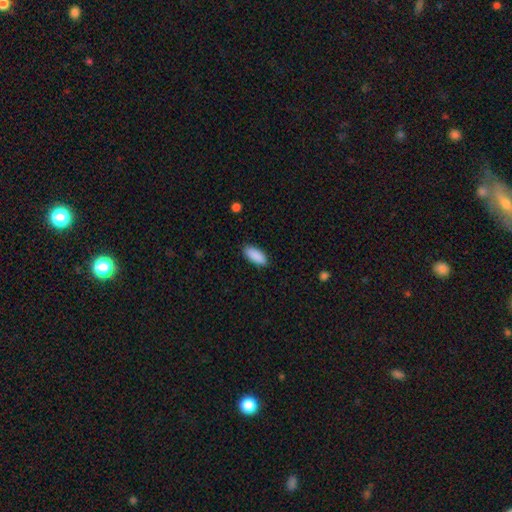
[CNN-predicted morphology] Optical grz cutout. It shows a smooth galaxy with no disk features (91%) that is in between round and cigar-shaped (83%). Merging: none (88%).